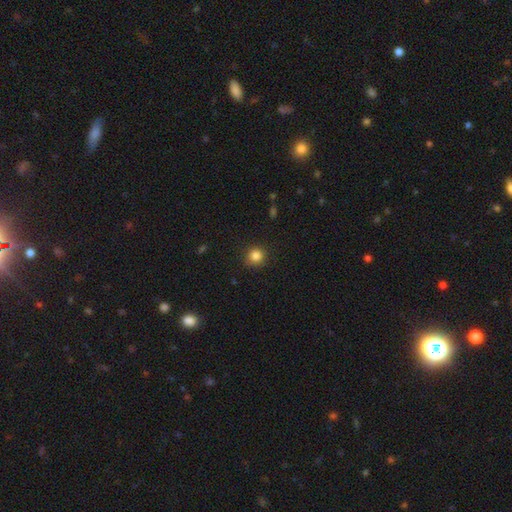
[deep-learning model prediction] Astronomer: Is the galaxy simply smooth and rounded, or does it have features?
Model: smooth — 85%.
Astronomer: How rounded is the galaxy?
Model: round — 91%.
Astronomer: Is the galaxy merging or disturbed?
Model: none — 89%.